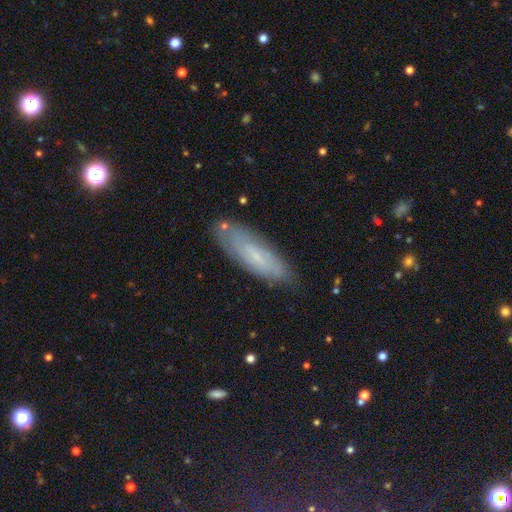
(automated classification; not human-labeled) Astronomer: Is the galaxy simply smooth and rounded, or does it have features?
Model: smooth — 52% (runner-up: featured or disk, 37%).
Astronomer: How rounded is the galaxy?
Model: in between — 51% (runner-up: cigar-shaped, 48%).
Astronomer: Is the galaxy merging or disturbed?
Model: none — 78%.